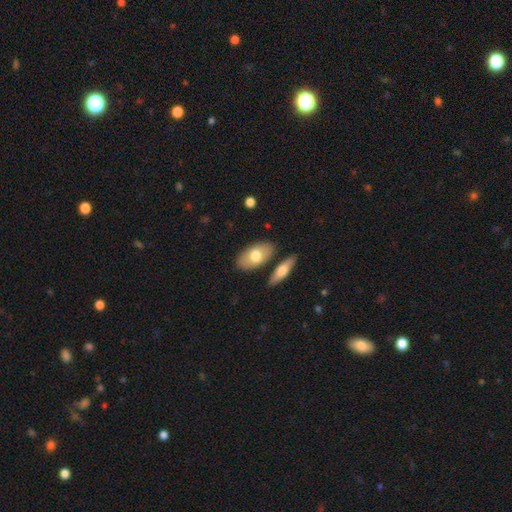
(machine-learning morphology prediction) smooth-or-featured: smooth: 70% | featured or disk: 25% | star or artifact: 5%
  how-rounded: in between: 92% | cigar-shaped: 4% | round: 4%
  merging: none: 77% | minor disturbance: 11% | merger: 10% | major disturbance: 3%